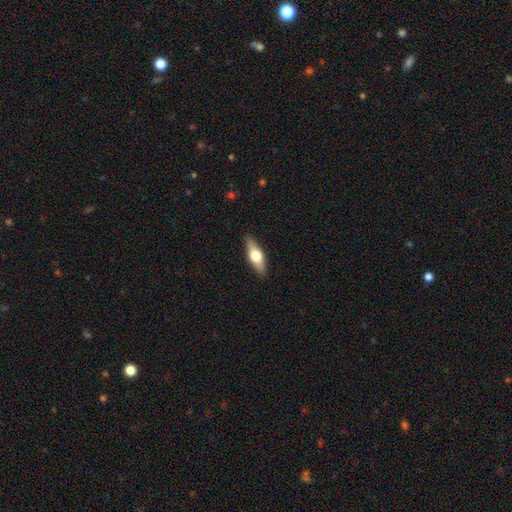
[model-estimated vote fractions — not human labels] Smooth or featured? Predicted: smooth (p=0.50). Merging? Predicted: none (p=0.89).